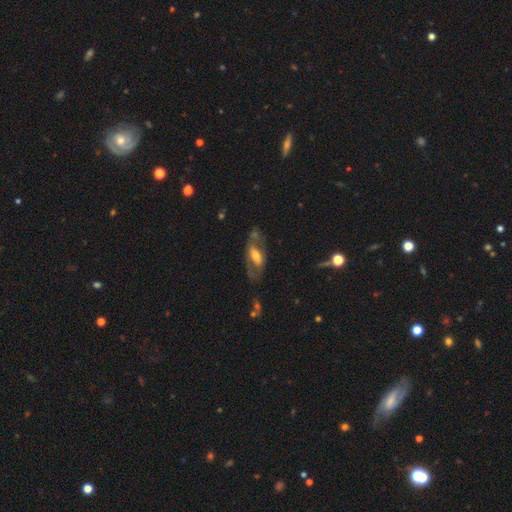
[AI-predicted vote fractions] Q: Smooth or featured?
A: featured or disk (60%); runner-up: smooth (34%)
Q: Edge-on disk?
A: no (84%); runner-up: yes (16%)
Q: Bar?
A: no (40%); runner-up: weak (32%)
Q: Spiral arms?
A: no (53%); runner-up: yes (47%)
Q: Bulge size?
A: moderate (58%); runner-up: small (23%)
Q: Merging?
A: none (53%); runner-up: minor disturbance (21%)